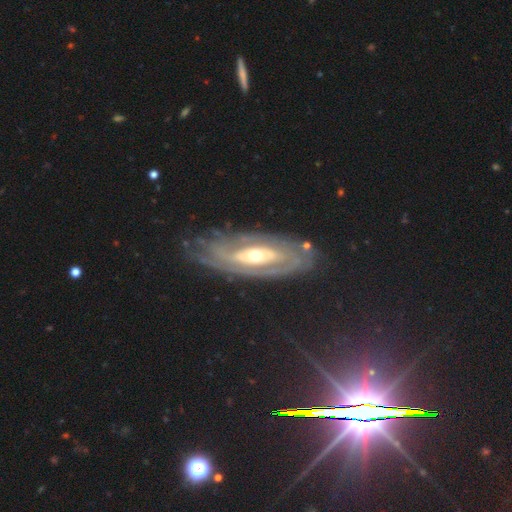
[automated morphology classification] Q: Smooth or featured?
A: featured or disk (85%); runner-up: smooth (10%)
Q: Edge-on disk?
A: no (87%); runner-up: yes (13%)
Q: Bar?
A: no (62%); runner-up: weak (23%)
Q: Spiral arms?
A: yes (78%); runner-up: no (22%)
Q: Spiral winding?
A: tight (70%); runner-up: medium (22%)
Q: Spiral arm count?
A: can't tell (45%); runner-up: 2 (31%)
Q: Bulge size?
A: moderate (69%); runner-up: small (21%)
Q: Merging?
A: none (75%); runner-up: minor disturbance (16%)